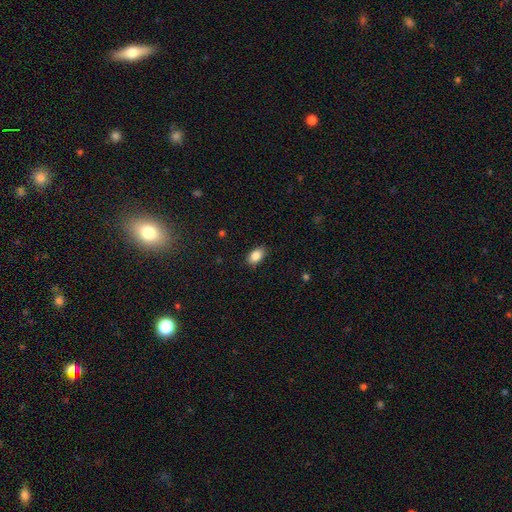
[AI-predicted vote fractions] Smooth or featured: smooth — 86% (star or artifact — 8%)
How rounded: in between — 89% (round — 10%)
Merging: none — 85% (minor disturbance — 11%)